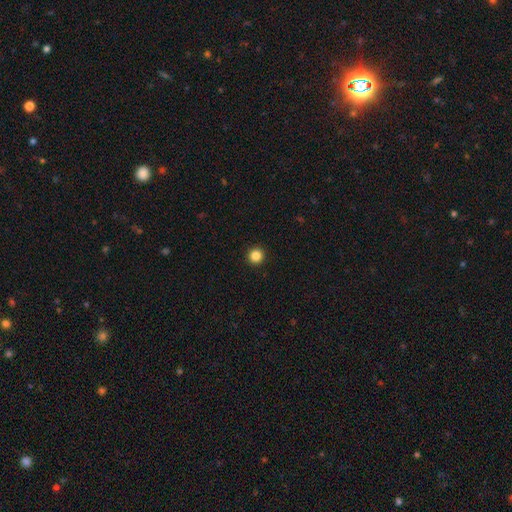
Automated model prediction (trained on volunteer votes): Smooth or featured: smooth — 85% (star or artifact — 11%)
How rounded: round — 96% (in between — 3%)
Merging: none — 94% (minor disturbance — 4%)